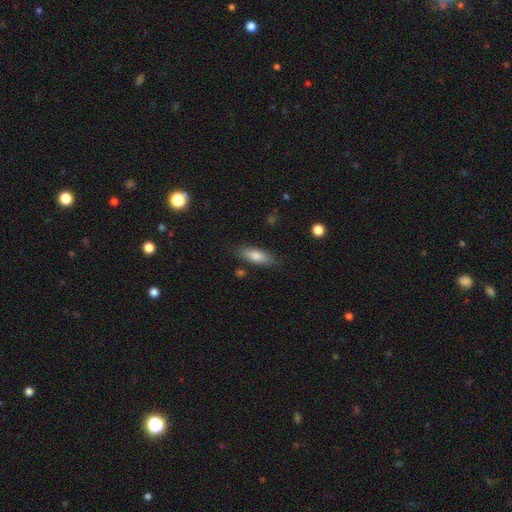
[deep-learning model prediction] Morphology: type=smooth (79%); roundness=in between (60%); merging=none (83%).